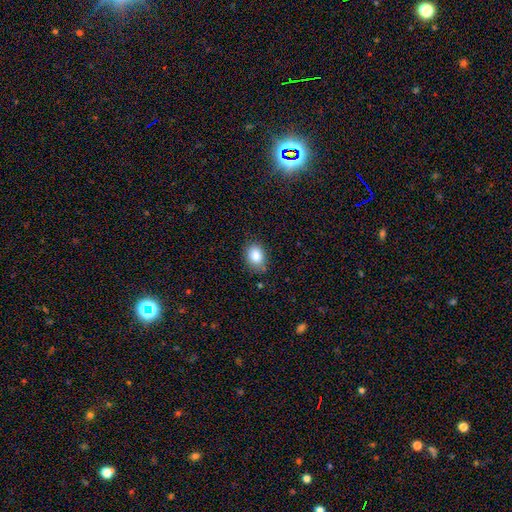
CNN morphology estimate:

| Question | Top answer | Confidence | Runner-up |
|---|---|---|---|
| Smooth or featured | smooth | 85% | star or artifact (9%) |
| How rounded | in between | 65% | round (34%) |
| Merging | none | 80% | minor disturbance (15%) |